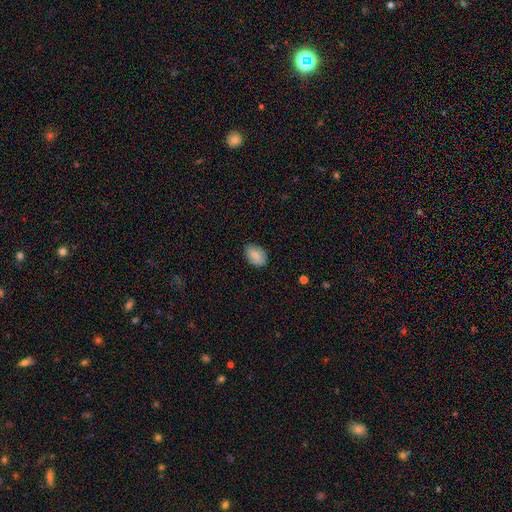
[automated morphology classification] This is clearly a smooth galaxy (82%). How rounded: clearly in between (85%). Merging: likely none (80%).